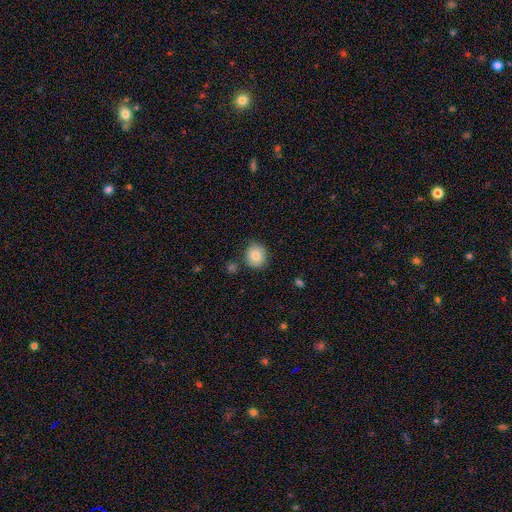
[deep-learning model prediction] smooth 85%, star or artifact 8%, featured or disk 7%. Down the decision tree: how rounded — round (80%); merging — none (84%).